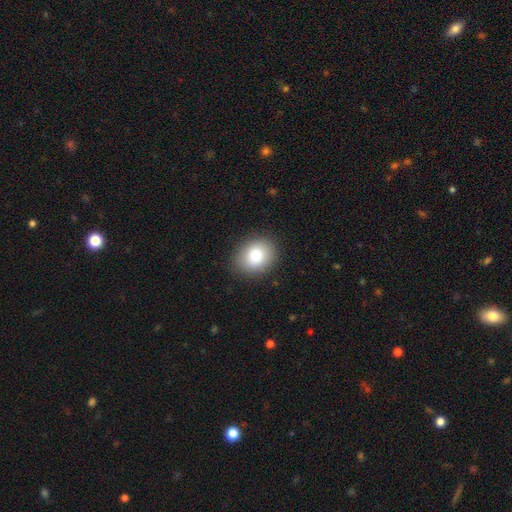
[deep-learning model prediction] Smooth or featured? smooth (81%)
How rounded? round (55%)
Merging? none (88%)